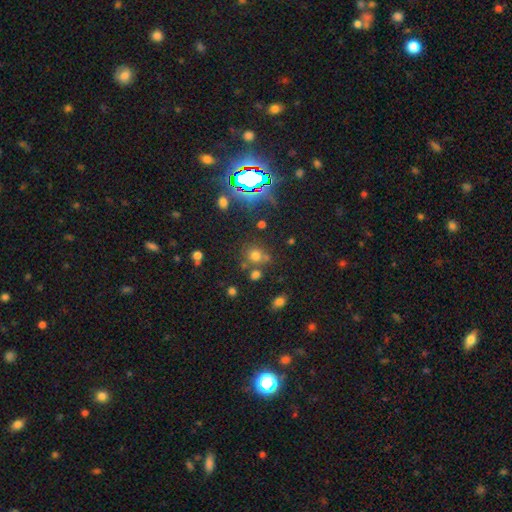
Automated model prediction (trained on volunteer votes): A smooth galaxy with no disk features (62%) that is round (81%).

Vote fractions:
- Smooth or featured? smooth: 62% / star or artifact: 28% / featured or disk: 9%
- How rounded? round: 81% / in between: 18% / cigar-shaped: 1%
- Merging? none: 65% / merger: 18% / minor disturbance: 12% / major disturbance: 6%